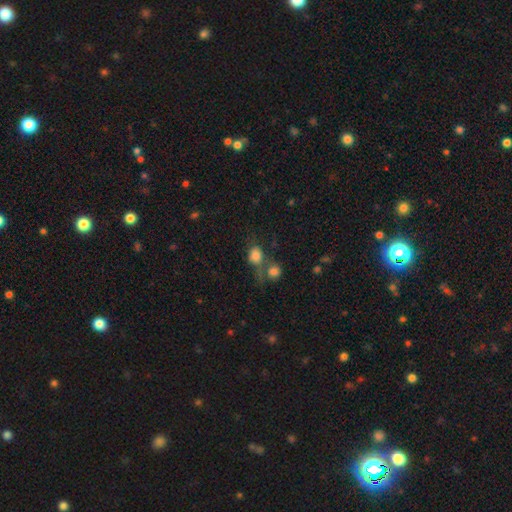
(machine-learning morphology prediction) smooth 79%, star or artifact 11%, featured or disk 10%. Down the decision tree: how rounded — round (52%); merging — merger (44%).